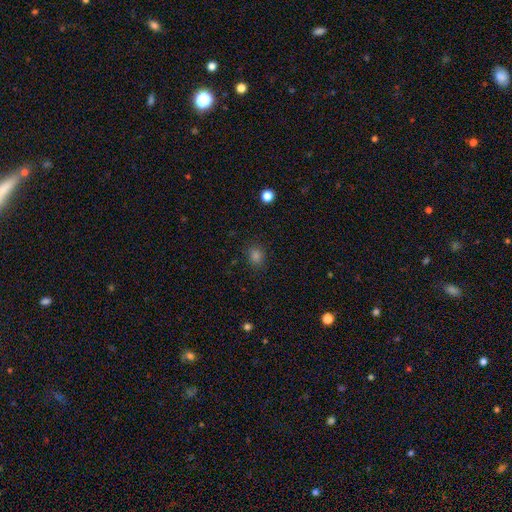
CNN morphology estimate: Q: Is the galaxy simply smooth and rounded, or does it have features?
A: smooth — 77%.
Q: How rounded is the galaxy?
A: round — 58%.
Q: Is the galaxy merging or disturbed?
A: none — 87%.